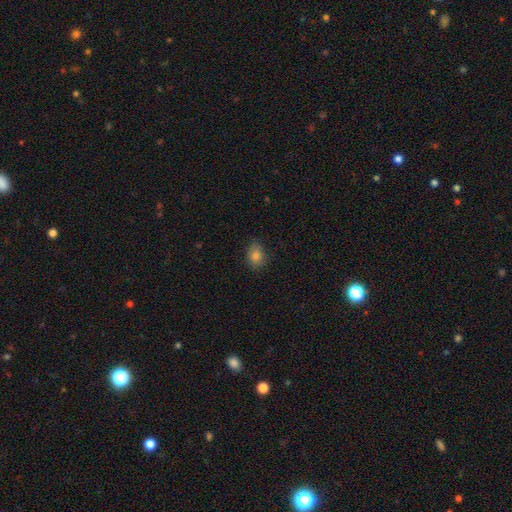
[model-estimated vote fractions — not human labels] Overall: smooth (80%). How rounded: in between (56%; round 43%). Merging: none (78%).